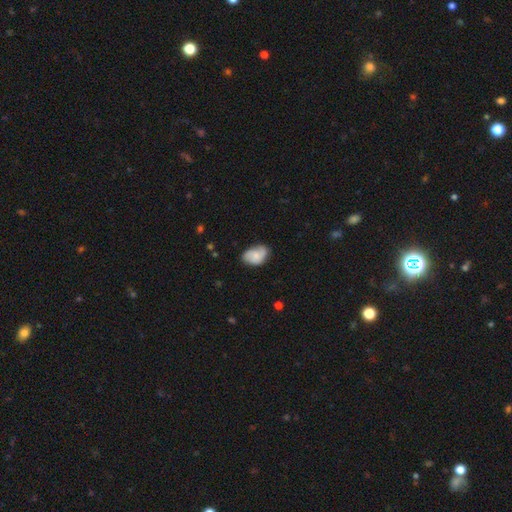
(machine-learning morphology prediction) type=smooth (48%); merging=none (63%).